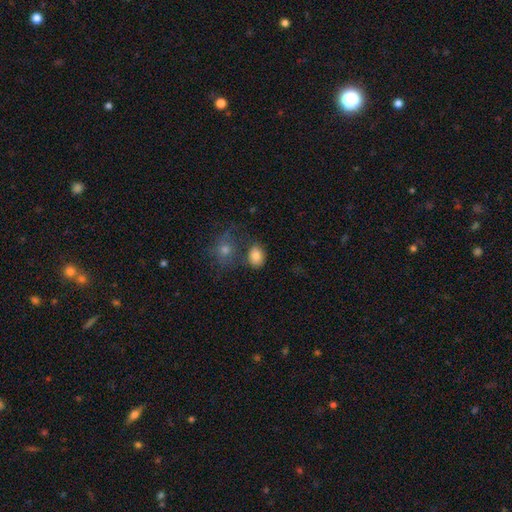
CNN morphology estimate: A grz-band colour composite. It shows a smooth galaxy with no disk features (84%) that is in between round and cigar-shaped (67%). Merging: none (65%).